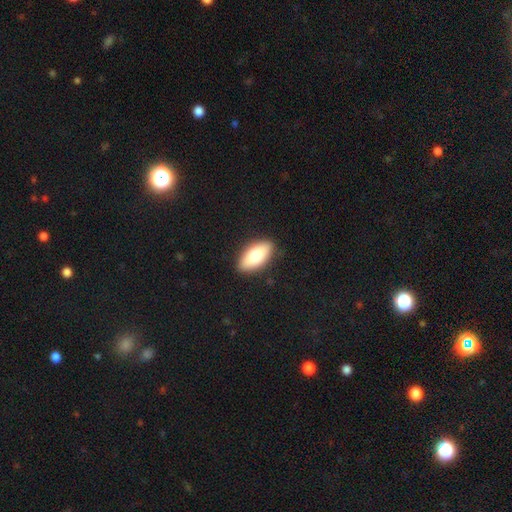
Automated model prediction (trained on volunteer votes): Smooth or featured? smooth (80%)
How rounded? in between (89%)
Merging? none (88%)